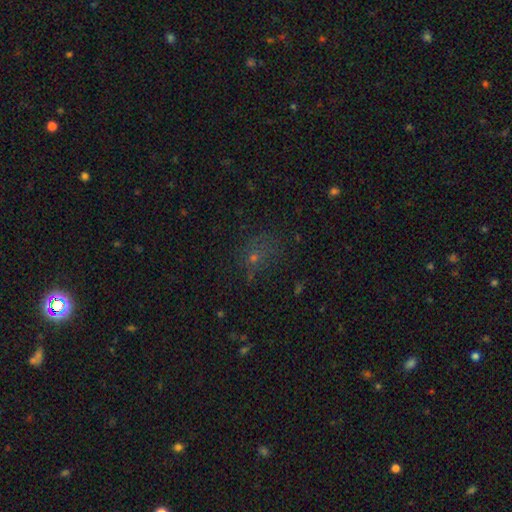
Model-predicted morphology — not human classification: Smooth or featured? smooth (45%)
Merging? none (54%)